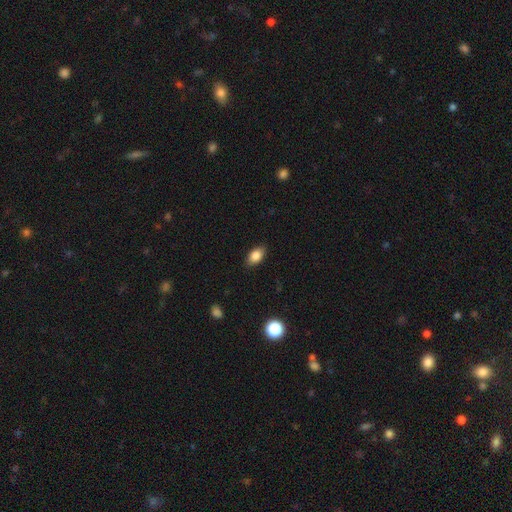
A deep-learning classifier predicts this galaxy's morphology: This is clearly a smooth galaxy (85%). How rounded: clearly in between (88%). Merging: clearly none (85%).